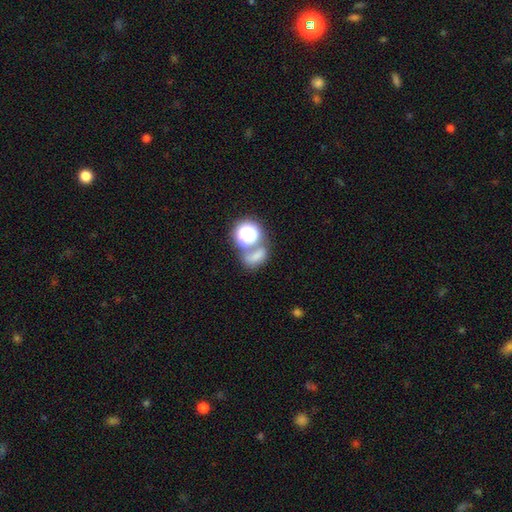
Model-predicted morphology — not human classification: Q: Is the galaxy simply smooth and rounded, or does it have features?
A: smooth — 62%.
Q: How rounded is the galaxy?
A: in between — 55%.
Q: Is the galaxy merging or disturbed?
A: none — 40%.